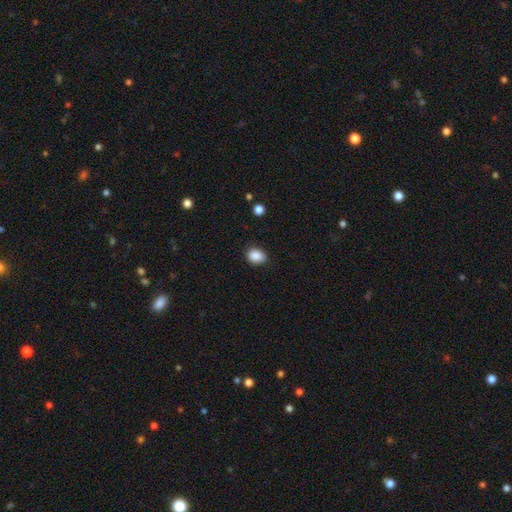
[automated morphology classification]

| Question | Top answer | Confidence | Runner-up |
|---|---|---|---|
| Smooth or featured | smooth | 88% | star or artifact (9%) |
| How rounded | in between | 62% | round (37%) |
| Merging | none | 86% | minor disturbance (10%) |